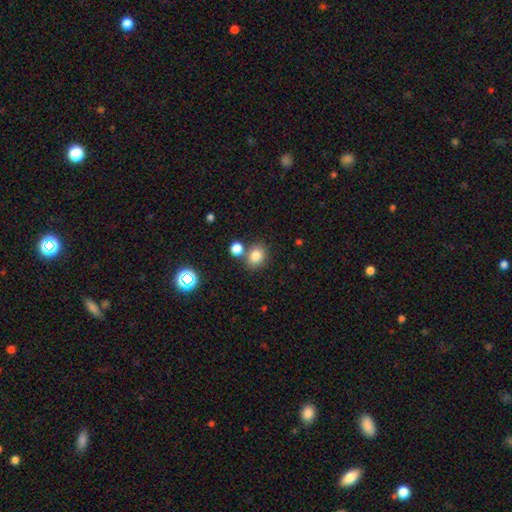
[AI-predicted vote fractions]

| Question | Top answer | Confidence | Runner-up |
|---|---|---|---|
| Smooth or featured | smooth | 82% | star or artifact (12%) |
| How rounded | round | 62% | in between (37%) |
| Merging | none | 68% | merger (19%) |